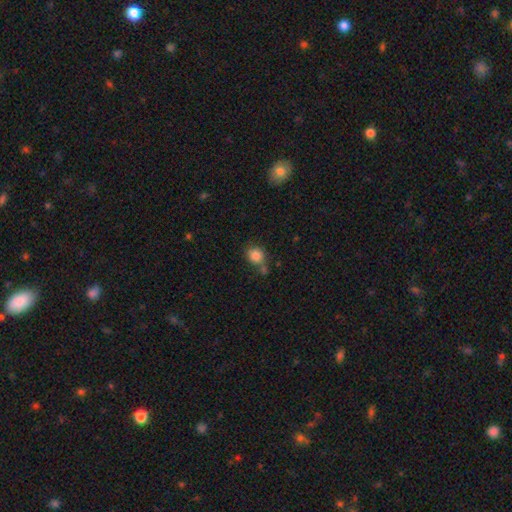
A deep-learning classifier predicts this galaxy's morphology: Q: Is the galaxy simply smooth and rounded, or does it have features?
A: smooth — 84%.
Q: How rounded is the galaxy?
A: round — 76%.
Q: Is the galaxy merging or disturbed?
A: none — 62%.